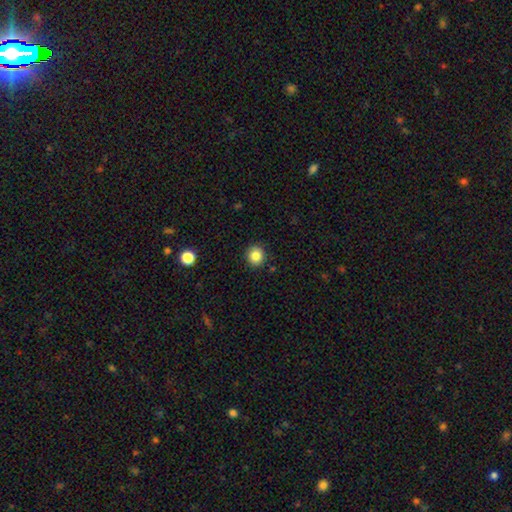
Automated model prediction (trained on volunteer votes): smooth_or_featured: smooth (p=0.85) [alt: star or artifact p=0.10]
how_rounded: round (p=0.89) [alt: in between p=0.10]
merging: none (p=0.91) [alt: minor disturbance p=0.06]